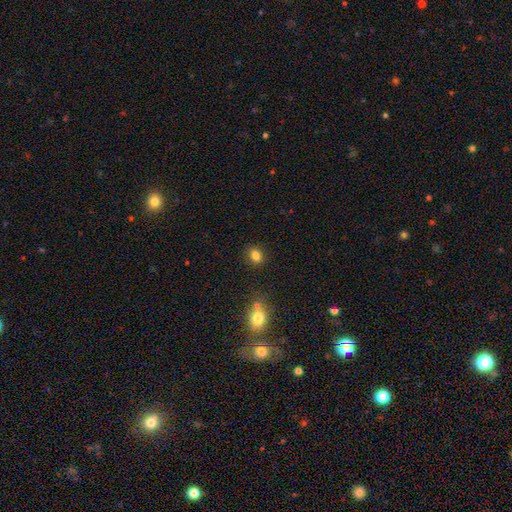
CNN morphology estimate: Q: Smooth or featured?
A: smooth (82%); runner-up: star or artifact (11%)
Q: How rounded?
A: round (52%); runner-up: in between (47%)
Q: Merging?
A: none (85%); runner-up: minor disturbance (9%)